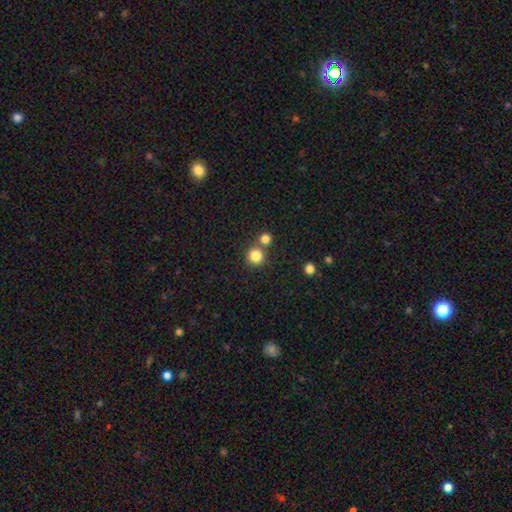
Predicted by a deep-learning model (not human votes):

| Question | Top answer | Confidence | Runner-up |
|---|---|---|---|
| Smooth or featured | smooth | 84% | star or artifact (11%) |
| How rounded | round | 93% | in between (6%) |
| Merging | none | 68% | merger (23%) |